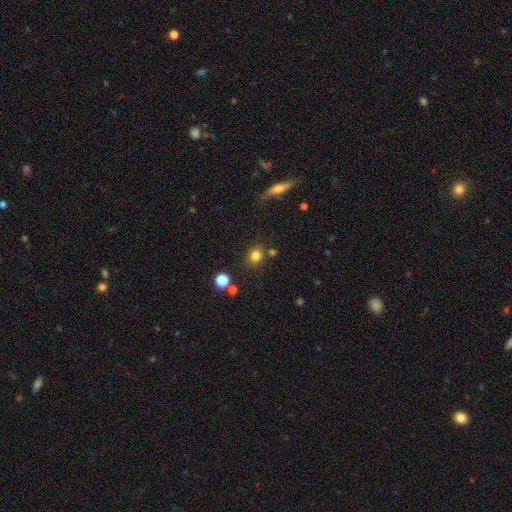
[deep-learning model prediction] Smooth or featured?
  - smooth: 80% *
  - star or artifact: 13%
  - featured or disk: 7%
How rounded?
  - round: 75% *
  - in between: 23%
  - cigar-shaped: 1%
Merging?
  - none: 80% *
  - minor disturbance: 10%
  - merger: 6%
  - major disturbance: 3%